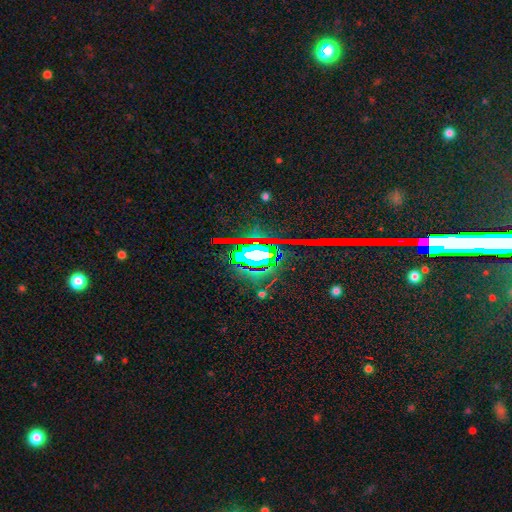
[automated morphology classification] Overall: star or artifact (55%; featured or disk 27%).